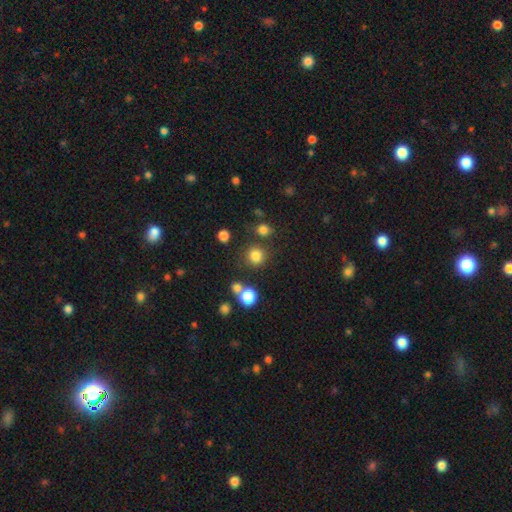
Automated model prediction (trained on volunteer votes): Smooth or featured: smooth — 80% (star or artifact — 14%)
How rounded: round — 91% (in between — 8%)
Merging: none — 79% (merger — 9%)